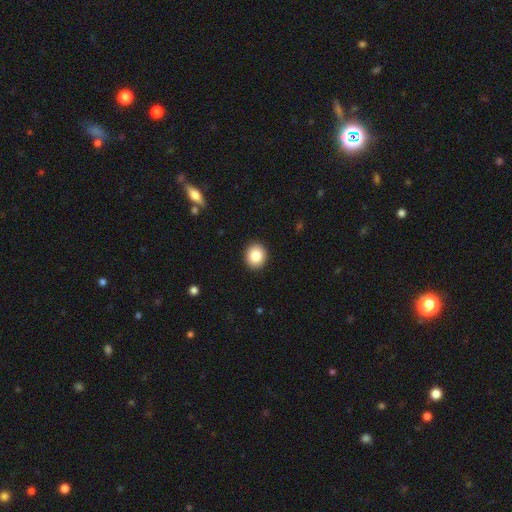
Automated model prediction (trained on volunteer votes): smooth-or-featured: smooth: 86% | star or artifact: 9% | featured or disk: 5%
  how-rounded: round: 73% | in between: 26% | cigar-shaped: 1%
  merging: none: 92% | minor disturbance: 5% | major disturbance: 2% | merger: 1%